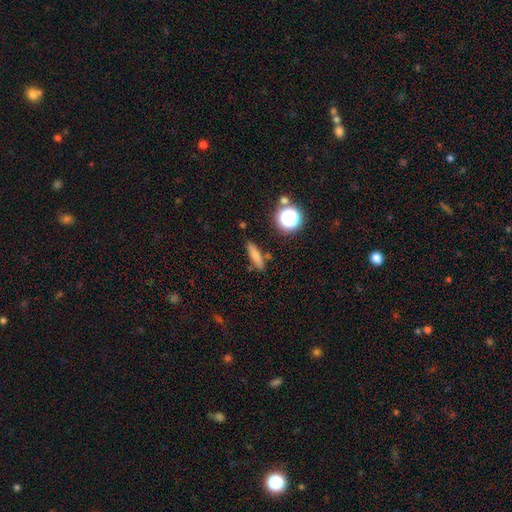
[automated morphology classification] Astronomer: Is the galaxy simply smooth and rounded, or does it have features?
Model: smooth — 76%.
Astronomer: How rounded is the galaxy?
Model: cigar-shaped — 73%.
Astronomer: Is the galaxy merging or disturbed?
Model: none — 83%.